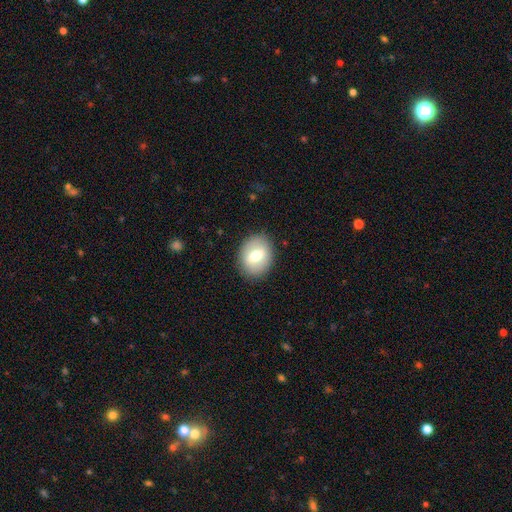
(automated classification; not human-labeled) smooth 61%, featured or disk 32%, star or artifact 8%. Down the decision tree: how rounded — in between (52%); merging — none (86%).